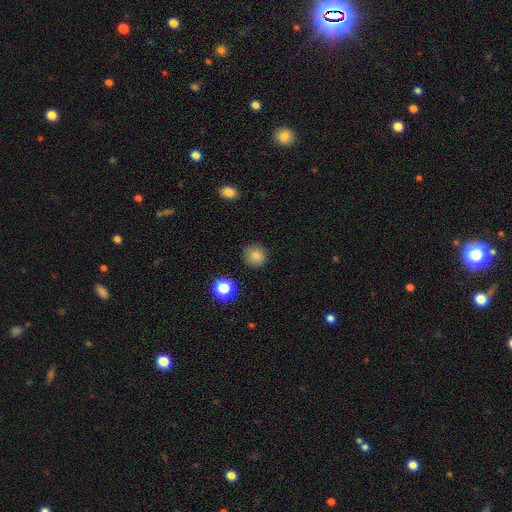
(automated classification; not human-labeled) A smooth galaxy with no disk features (83%) that is round (94%). Merging: none (88%).